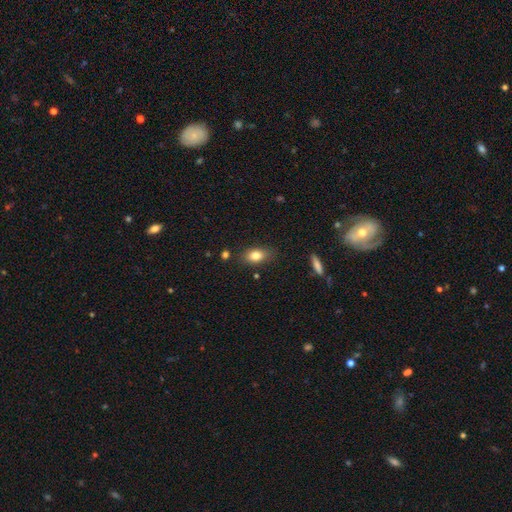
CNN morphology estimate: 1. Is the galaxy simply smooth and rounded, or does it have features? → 81% smooth, 10% featured or disk, 9% star or artifact.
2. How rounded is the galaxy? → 83% in between, 12% round, 6% cigar-shaped.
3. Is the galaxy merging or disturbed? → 81% none, 14% minor disturbance, 3% major disturbance, 2% merger.